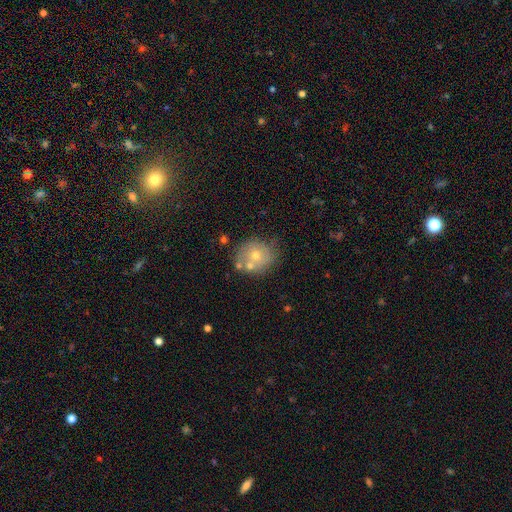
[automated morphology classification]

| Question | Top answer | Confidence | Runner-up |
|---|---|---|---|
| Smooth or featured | smooth | 48% | featured or disk (39%) |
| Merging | none | 59% | merger (17%) |